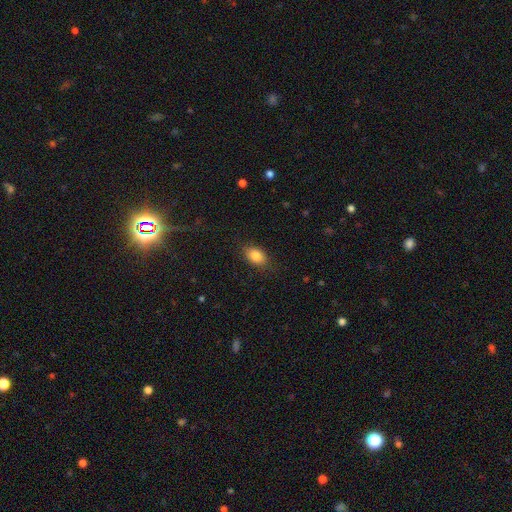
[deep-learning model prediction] Smooth or featured? smooth (85%)
How rounded? in between (87%)
Merging? none (83%)